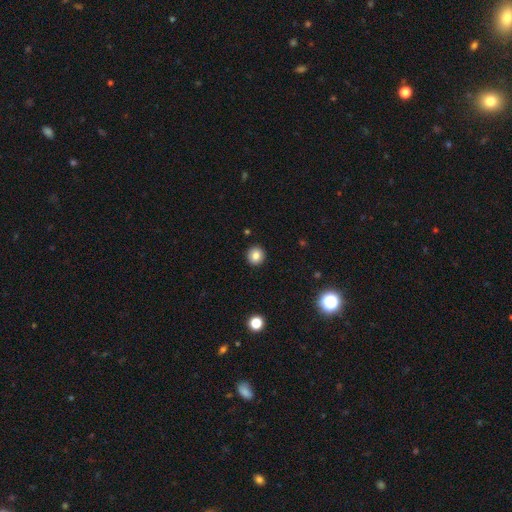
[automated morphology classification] type=smooth (83%); roundness=round (93%); merging=none (93%).